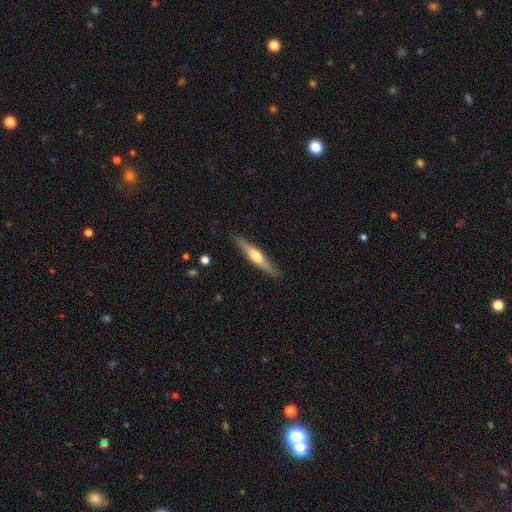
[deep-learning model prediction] A featured or disk galaxy (57%) viewed edge-on (95%) with a rounded central bulge (88%). Merging: none (88%).